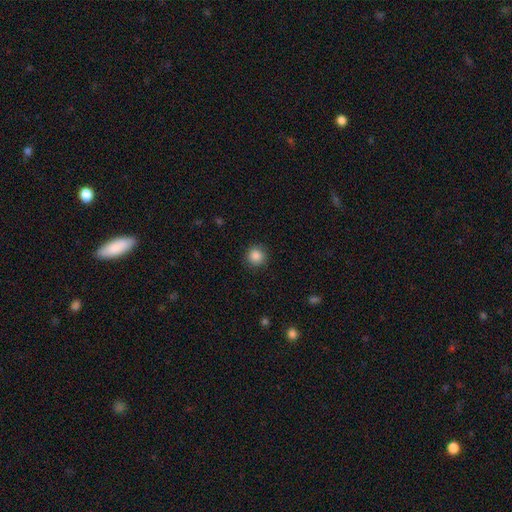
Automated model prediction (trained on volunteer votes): Morphology: type=smooth (87%); roundness=round (94%); merging=none (91%).